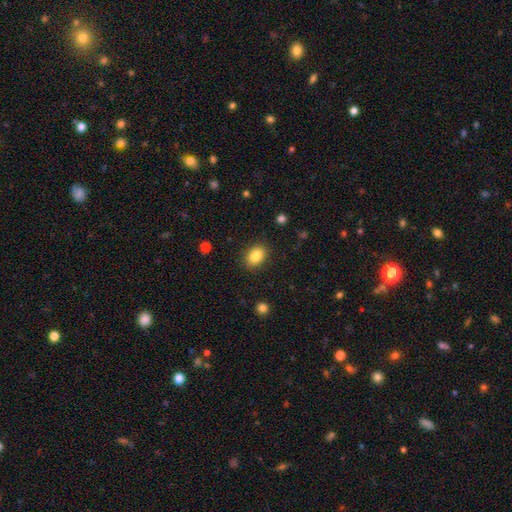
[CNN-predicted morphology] Q: Smooth or featured?
A: smooth (84%); runner-up: star or artifact (9%)
Q: How rounded?
A: in between (78%); runner-up: round (21%)
Q: Merging?
A: none (88%); runner-up: minor disturbance (9%)